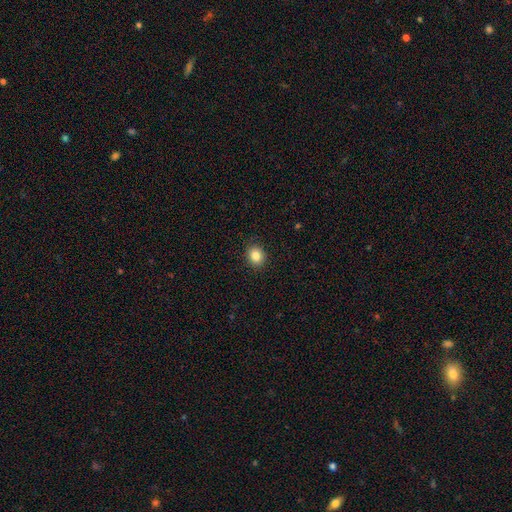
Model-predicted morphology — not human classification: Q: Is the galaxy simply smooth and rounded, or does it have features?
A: smooth — 85%.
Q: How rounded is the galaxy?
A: round — 66%.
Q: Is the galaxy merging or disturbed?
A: none — 90%.